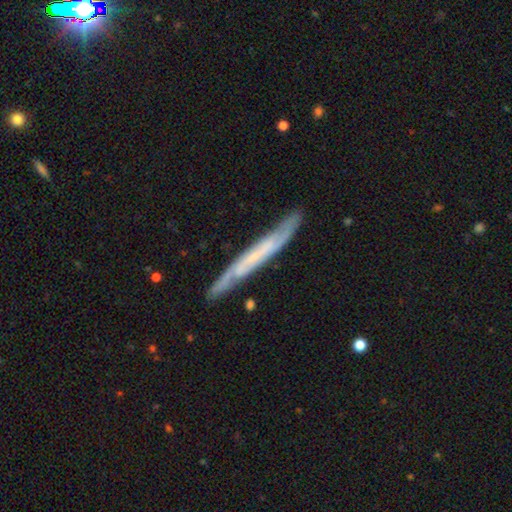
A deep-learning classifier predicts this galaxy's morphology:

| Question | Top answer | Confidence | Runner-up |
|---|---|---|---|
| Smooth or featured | featured or disk | 66% | smooth (28%) |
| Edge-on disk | yes | 76% | no (24%) |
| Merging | none | 80% | minor disturbance (15%) |